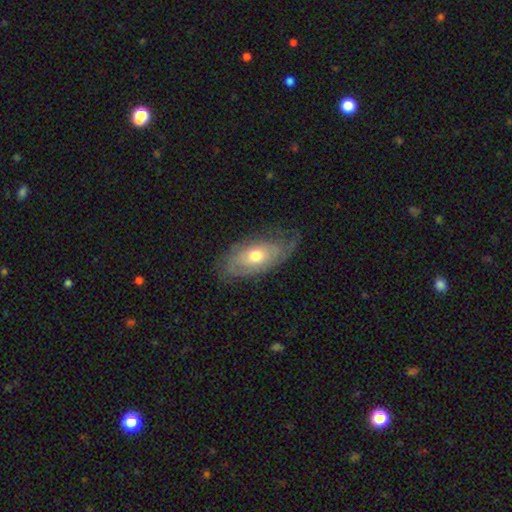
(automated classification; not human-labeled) Q: Smooth or featured?
A: featured or disk (62%); runner-up: smooth (33%)
Q: Edge-on disk?
A: no (87%); runner-up: yes (13%)
Q: Bar?
A: no (81%); runner-up: weak (15%)
Q: Spiral arms?
A: yes (72%); runner-up: no (28%)
Q: Bulge size?
A: moderate (71%); runner-up: small (20%)
Q: Merging?
A: none (61%); runner-up: minor disturbance (26%)